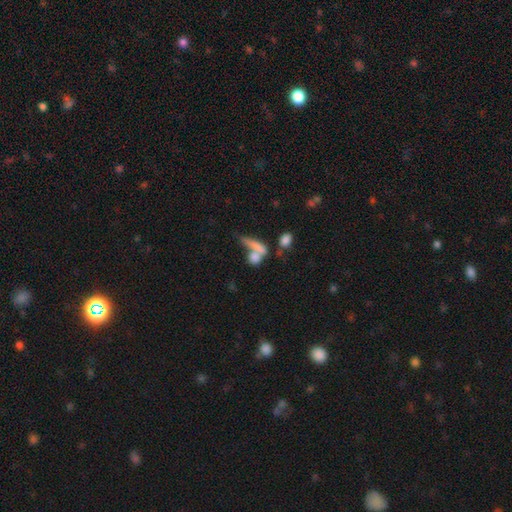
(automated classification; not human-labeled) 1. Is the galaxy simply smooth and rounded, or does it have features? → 72% smooth, 18% featured or disk, 10% star or artifact.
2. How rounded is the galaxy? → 39% in between, 32% round, 29% cigar-shaped.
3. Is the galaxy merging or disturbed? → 44% merger, 35% none, 11% minor disturbance, 11% major disturbance.